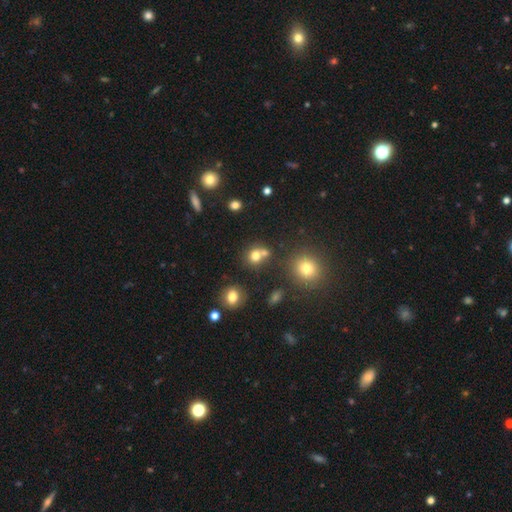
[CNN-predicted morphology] smooth 73%, star or artifact 17%, featured or disk 11%. Down the decision tree: how rounded — round (80%); merging — none (49%).